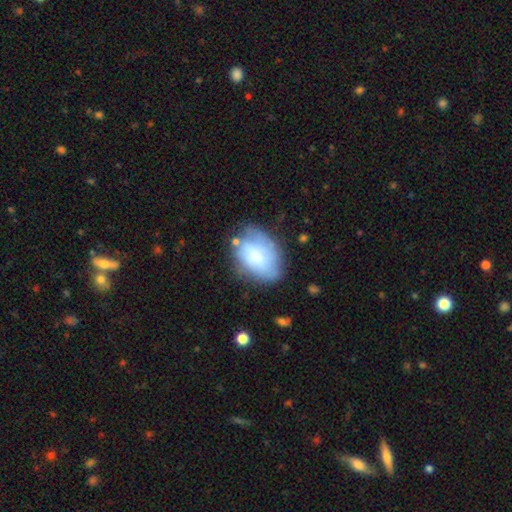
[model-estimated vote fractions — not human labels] A smooth galaxy with no disk features (66%) that is in between round and cigar-shaped (81%).

Vote fractions:
- Smooth or featured? smooth: 66% / featured or disk: 26% / star or artifact: 8%
- How rounded? in between: 81% / round: 18% / cigar-shaped: 1%
- Merging? none: 57% / minor disturbance: 28% / major disturbance: 10% / merger: 5%